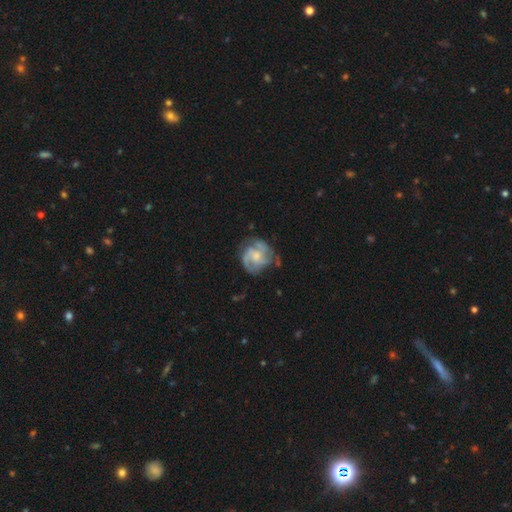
Morphology: type=featured or disk (81%); edge-on=no (97%); bar=no (64%); spiral arms=yes (89%); winding=medium (56%); arm count=2 (44%); bulge=moderate (57%); merging=none (50%).